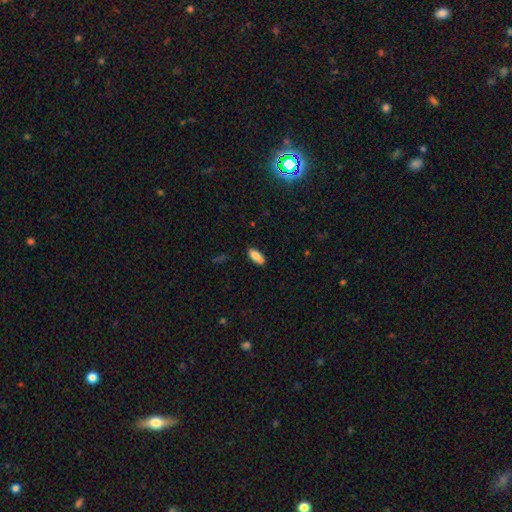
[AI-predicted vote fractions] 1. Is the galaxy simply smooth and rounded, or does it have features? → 79% smooth, 14% featured or disk, 7% star or artifact.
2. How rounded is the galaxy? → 84% in between, 13% cigar-shaped, 2% round.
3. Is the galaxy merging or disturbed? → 73% none, 17% minor disturbance, 7% merger, 3% major disturbance.